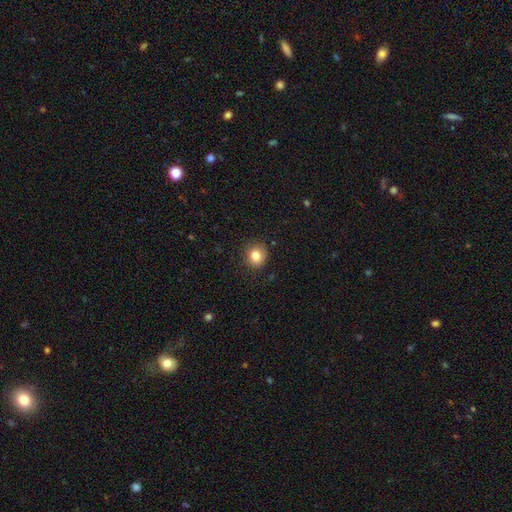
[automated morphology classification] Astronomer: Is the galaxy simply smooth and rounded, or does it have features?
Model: smooth — 83%.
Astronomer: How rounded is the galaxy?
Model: round — 83%.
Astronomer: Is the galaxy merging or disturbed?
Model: none — 86%.